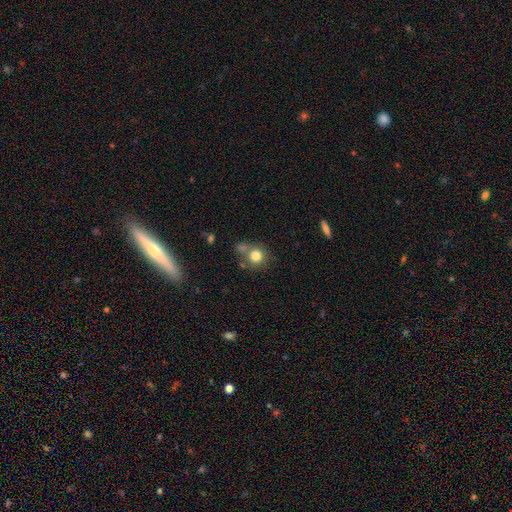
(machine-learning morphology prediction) Q: Smooth or featured?
A: smooth (80%); runner-up: star or artifact (11%)
Q: How rounded?
A: round (88%); runner-up: in between (11%)
Q: Merging?
A: none (60%); runner-up: merger (22%)